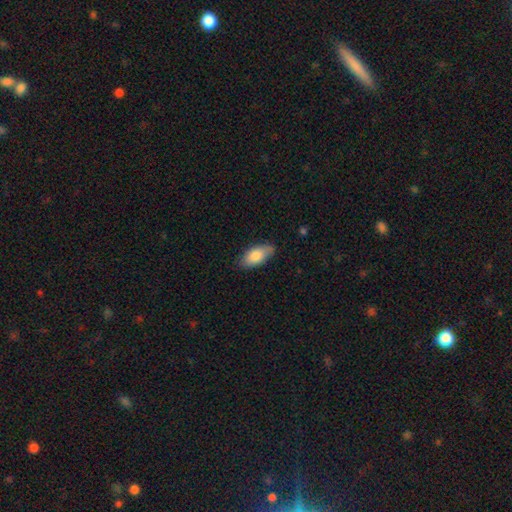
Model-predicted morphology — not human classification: type=smooth (81%); roundness=in between (89%); merging=none (80%).